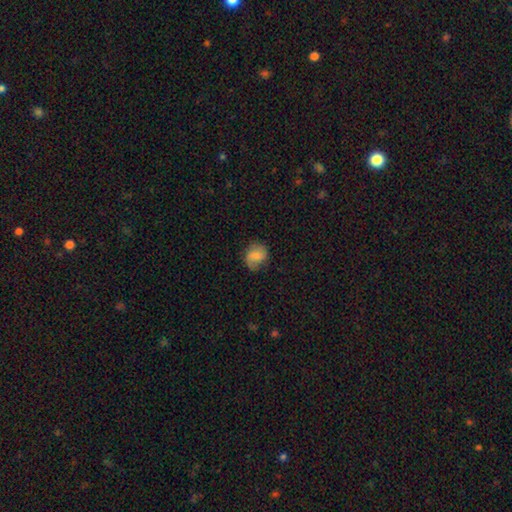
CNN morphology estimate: Smooth or featured? smooth (68%)
How rounded? round (69%)
Merging? none (72%)